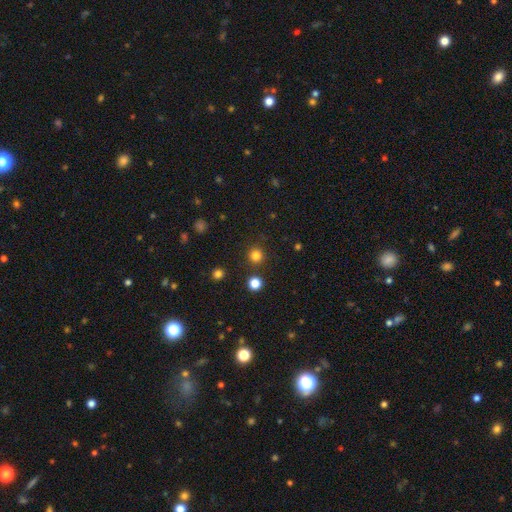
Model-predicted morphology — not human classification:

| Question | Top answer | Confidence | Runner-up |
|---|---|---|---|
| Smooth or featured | smooth | 81% | star or artifact (15%) |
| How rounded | round | 95% | in between (4%) |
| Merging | none | 89% | minor disturbance (5%) |